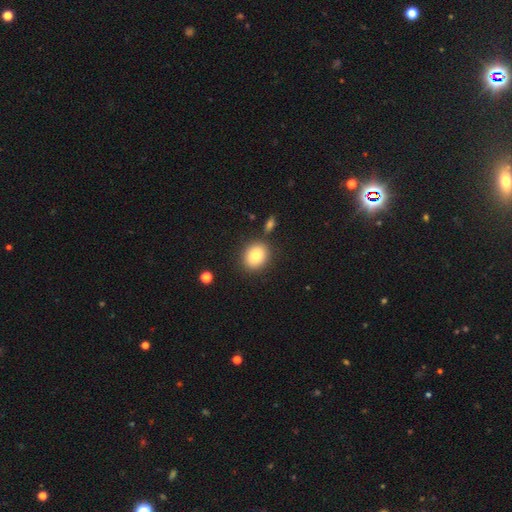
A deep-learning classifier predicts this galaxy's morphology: smooth 80%, featured or disk 11%, star or artifact 10%. Down the decision tree: how rounded — round (65%); merging — none (84%).